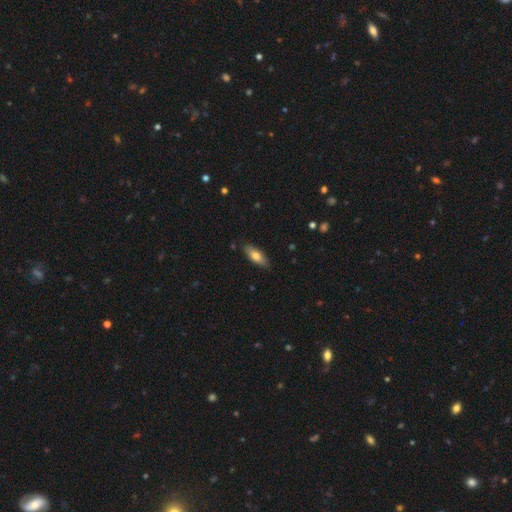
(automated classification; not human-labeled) This appears to be a smooth galaxy with no disk features (74%) that is in between round and cigar-shaped (70%). Merging: none (85%).